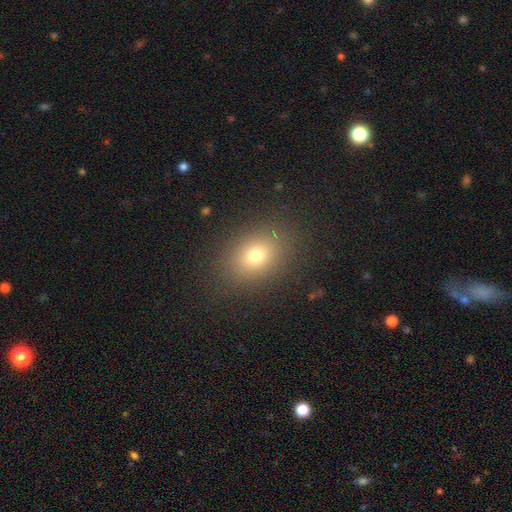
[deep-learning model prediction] Smooth or featured: smooth — 73% (star or artifact — 15%)
How rounded: in between — 65% (round — 33%)
Merging: none — 86% (minor disturbance — 9%)